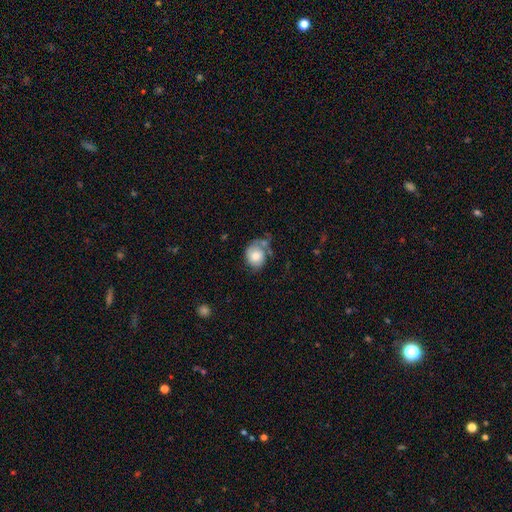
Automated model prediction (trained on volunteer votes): Morphology: type=smooth (59%); roundness=round (64%); merging=none (38%).